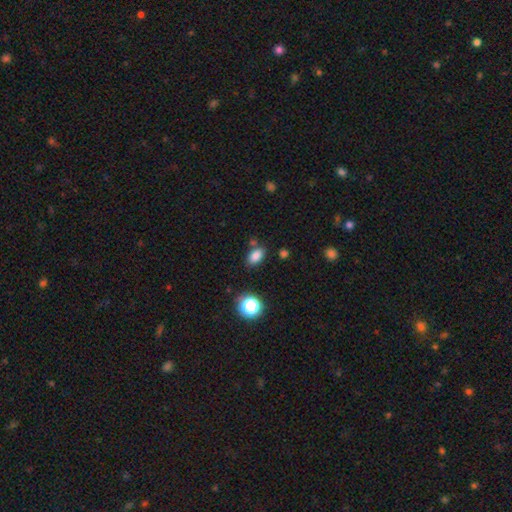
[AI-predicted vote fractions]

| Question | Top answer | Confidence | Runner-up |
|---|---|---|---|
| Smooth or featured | smooth | 82% | star or artifact (13%) |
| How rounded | in between | 86% | round (11%) |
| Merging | none | 76% | minor disturbance (13%) |